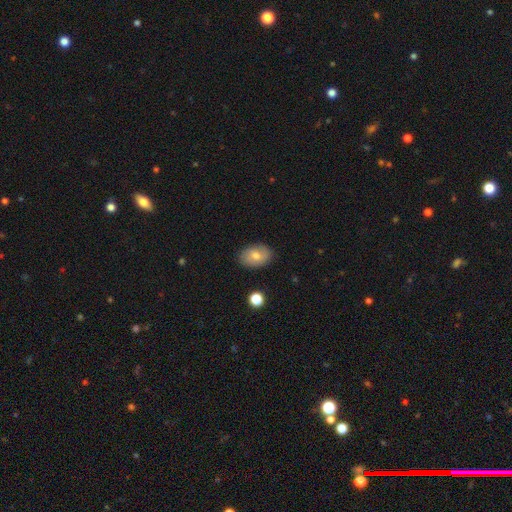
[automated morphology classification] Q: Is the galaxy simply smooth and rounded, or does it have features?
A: smooth — 68%.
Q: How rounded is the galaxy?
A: in between — 83%.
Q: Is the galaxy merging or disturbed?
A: none — 86%.